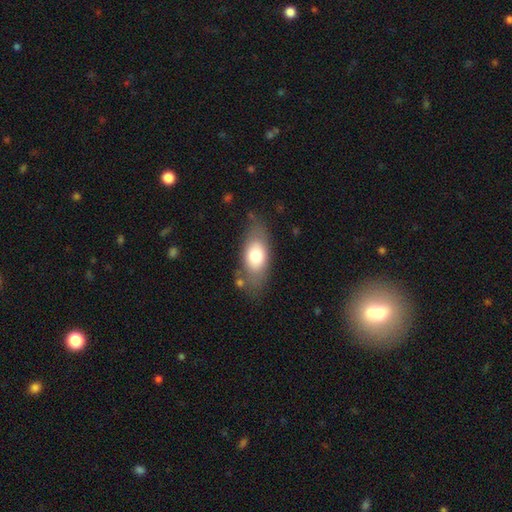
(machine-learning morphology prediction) Overall: smooth (69%). How rounded: in between (86%). Merging: none (73%).